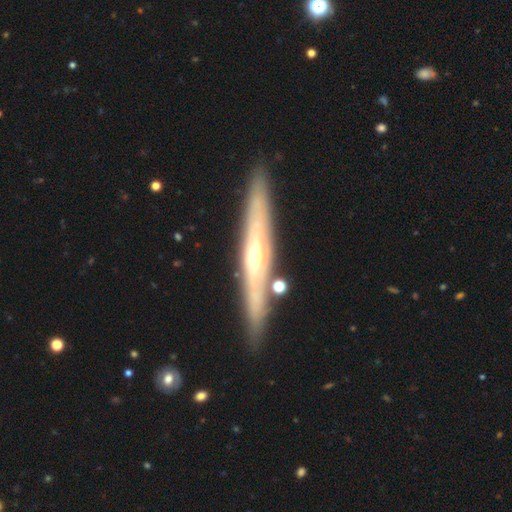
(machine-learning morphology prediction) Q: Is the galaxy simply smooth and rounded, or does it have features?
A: featured or disk — 73%.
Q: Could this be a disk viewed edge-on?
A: yes — 90%.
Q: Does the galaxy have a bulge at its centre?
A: rounded — 71%.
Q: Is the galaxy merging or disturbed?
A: none — 87%.